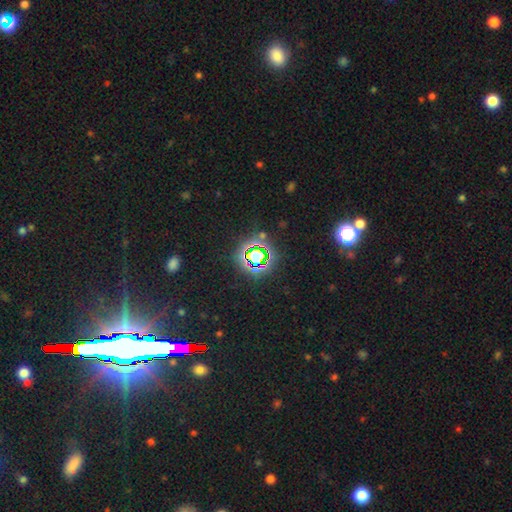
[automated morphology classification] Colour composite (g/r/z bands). It shows a star or artifact, not a galaxy (72%).